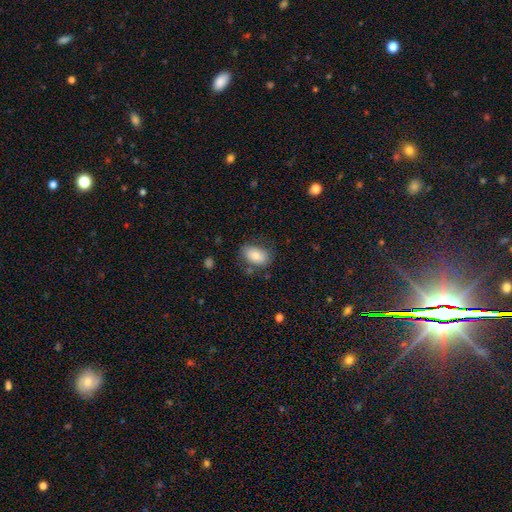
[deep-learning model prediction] The model was most divided on "merging": none: 72%, minor disturbance: 19%, major disturbance: 6%, merger: 4%. More confident: how rounded — in between (89%); smooth or featured — smooth (79%).